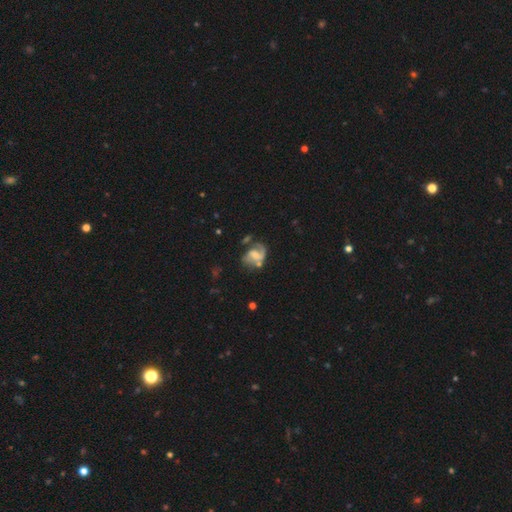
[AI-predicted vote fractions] A featured or disk galaxy (67%) with a weak bar (44%), 2 (56%) medium (43%) spiral arms (82%) and a moderate central bulge (32%). Merging: none (39%).